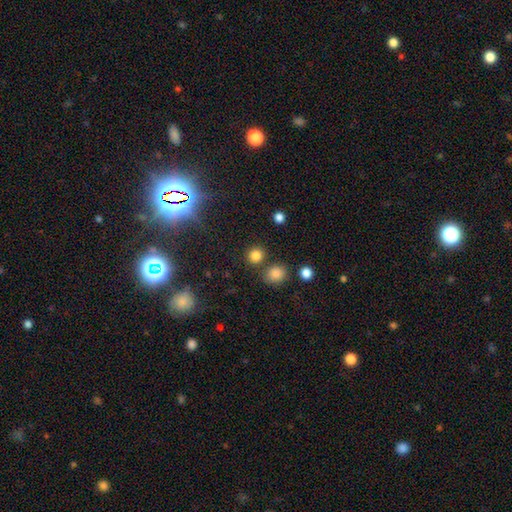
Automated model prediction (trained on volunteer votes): smooth 81%, star or artifact 14%, featured or disk 5%. Down the decision tree: how rounded — round (87%); merging — none (79%).